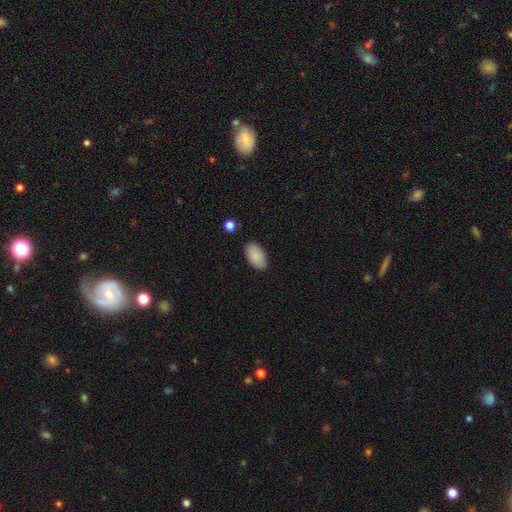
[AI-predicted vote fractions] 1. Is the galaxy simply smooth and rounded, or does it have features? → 89% smooth, 6% star or artifact, 4% featured or disk.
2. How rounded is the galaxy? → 95% in between, 3% round, 2% cigar-shaped.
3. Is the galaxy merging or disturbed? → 87% none, 10% minor disturbance, 2% major disturbance, 1% merger.